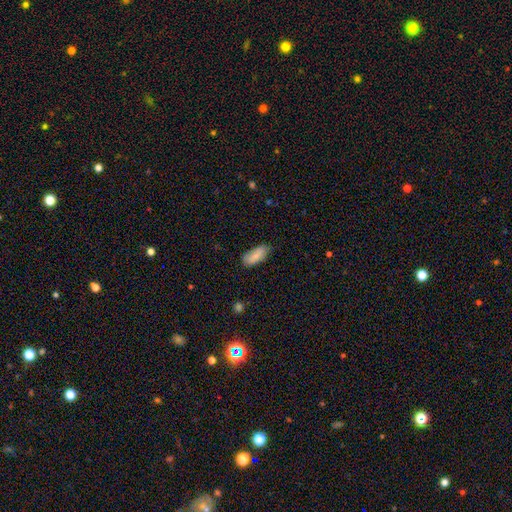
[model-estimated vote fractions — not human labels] Overall: smooth (80%). How rounded: in between (86%). Merging: none (71%).